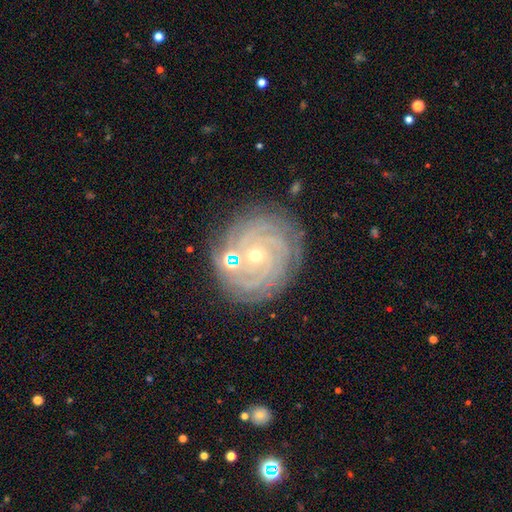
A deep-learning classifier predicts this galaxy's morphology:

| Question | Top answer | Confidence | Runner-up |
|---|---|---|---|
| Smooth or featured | featured or disk | 88% | star or artifact (7%) |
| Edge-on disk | no | 97% | yes (3%) |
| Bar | no | 67% | weak (25%) |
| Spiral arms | yes | 98% | no (2%) |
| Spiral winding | tight | 86% | medium (12%) |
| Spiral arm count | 4 | 32% | more than 4 (20%) |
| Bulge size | small | 69% | moderate (28%) |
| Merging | none | 82% | minor disturbance (12%) |